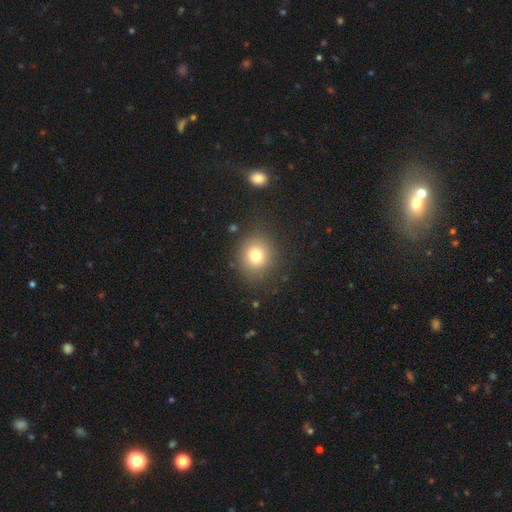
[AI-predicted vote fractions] smooth_or_featured: smooth (p=0.76) [alt: star or artifact p=0.14]
how_rounded: round (p=0.83) [alt: in between p=0.16]
merging: none (p=0.85) [alt: minor disturbance p=0.09]